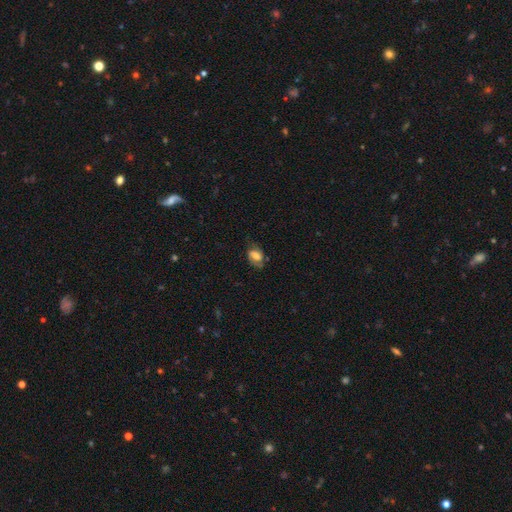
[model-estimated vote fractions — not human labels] This appears to be a smooth galaxy with no disk features (57%) that is in between round and cigar-shaped (83%). Merging: none (61%).